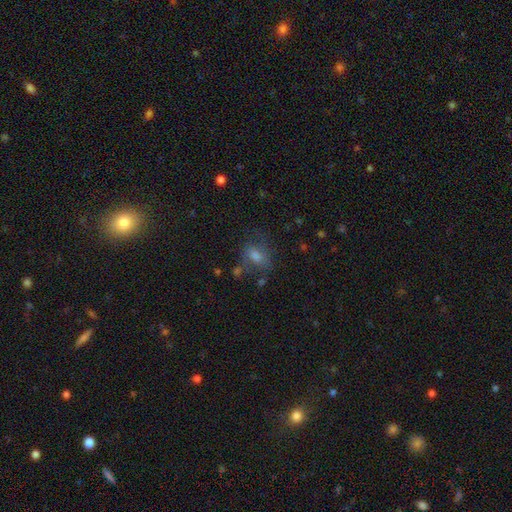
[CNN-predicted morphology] Smooth or featured?
  - smooth: 53% *
  - featured or disk: 25%
  - star or artifact: 22%
How rounded?
  - in between: 69% *
  - round: 27%
  - cigar-shaped: 3%
Merging?
  - none: 58% *
  - minor disturbance: 21%
  - major disturbance: 15%
  - merger: 6%